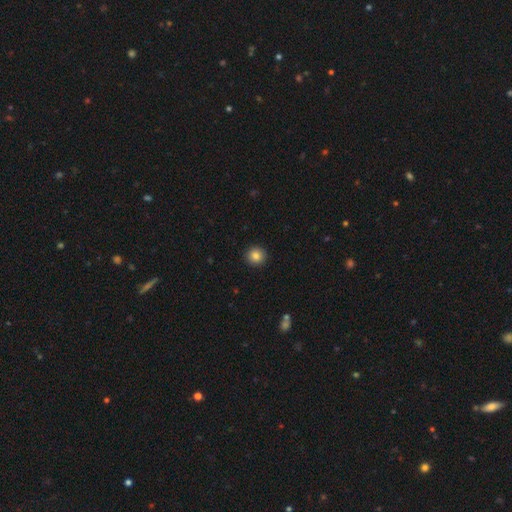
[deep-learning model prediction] smooth 84%, star or artifact 10%, featured or disk 6%. Down the decision tree: how rounded — round (93%); merging — none (93%).